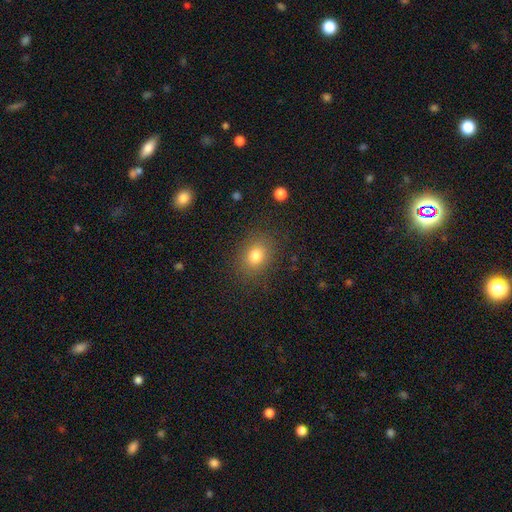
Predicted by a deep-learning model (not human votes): Overall: smooth (79%). How rounded: in between (52%; round 47%). Merging: none (85%).